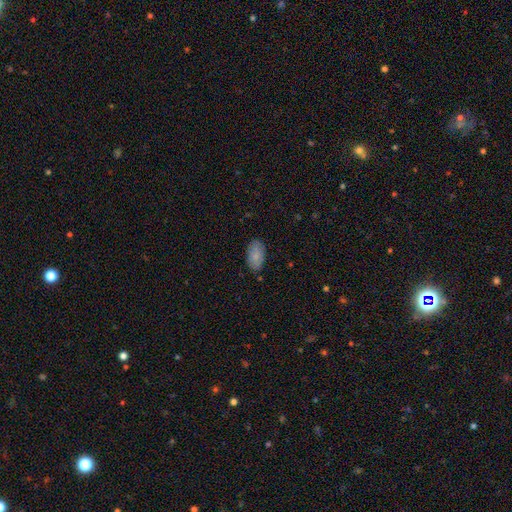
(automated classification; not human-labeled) smooth-or-featured: smooth: 84% | featured or disk: 10% | star or artifact: 6%
  how-rounded: in between: 94% | round: 4% | cigar-shaped: 2%
  merging: none: 83% | minor disturbance: 13% | major disturbance: 3% | merger: 1%